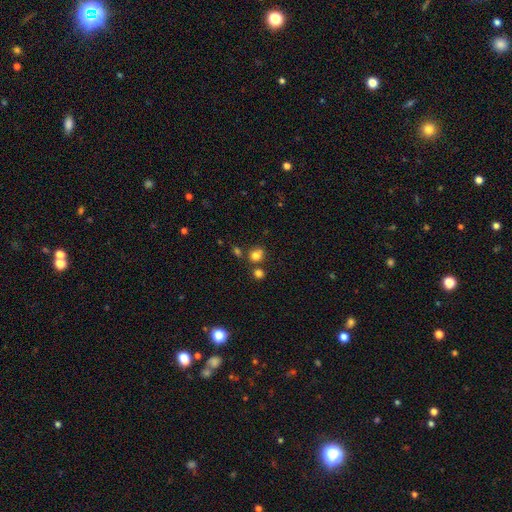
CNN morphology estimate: type=smooth (76%); roundness=round (76%); merging=none (64%).